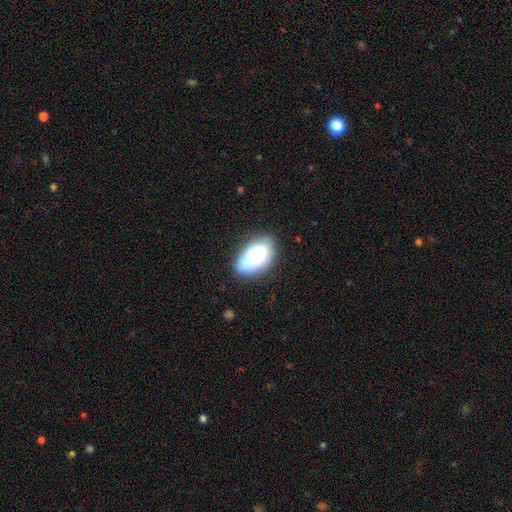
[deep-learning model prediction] Smooth or featured?
  - smooth: 73% *
  - featured or disk: 20%
  - star or artifact: 7%
How rounded?
  - in between: 92% *
  - round: 6%
  - cigar-shaped: 1%
Merging?
  - none: 75% *
  - minor disturbance: 18%
  - major disturbance: 4%
  - merger: 2%